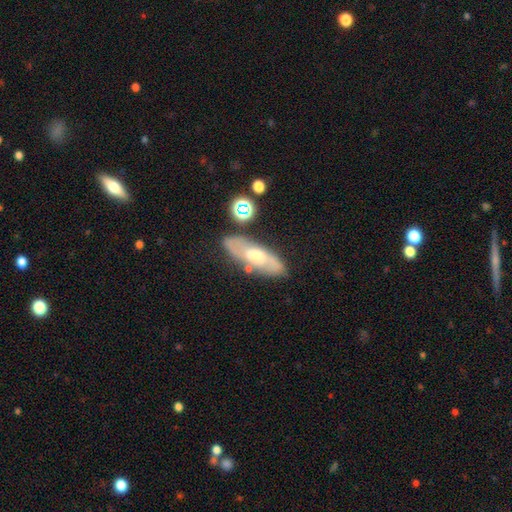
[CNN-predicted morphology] A featured or disk galaxy (58%). Merging: none (75%).